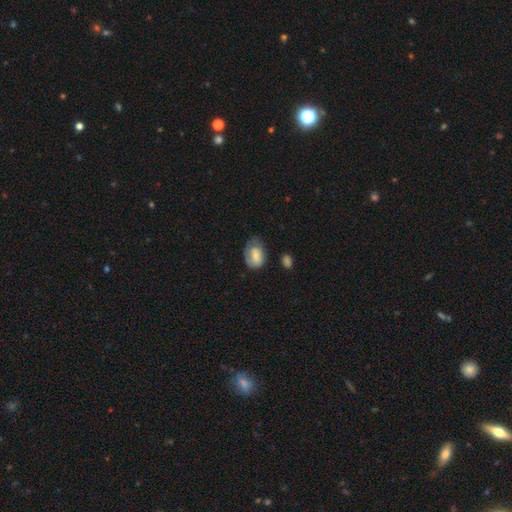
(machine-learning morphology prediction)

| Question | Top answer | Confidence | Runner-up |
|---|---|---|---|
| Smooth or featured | smooth | 72% | featured or disk (21%) |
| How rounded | in between | 81% | round (18%) |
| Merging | none | 45% | minor disturbance (37%) |